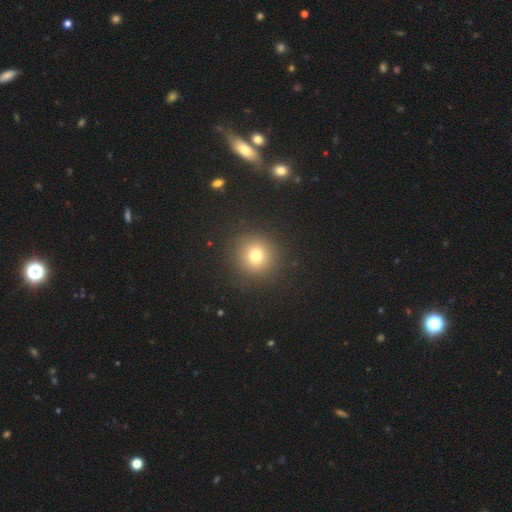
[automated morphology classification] This is likely a smooth galaxy (75%). How rounded: clearly round (93%). Merging: clearly none (91%).